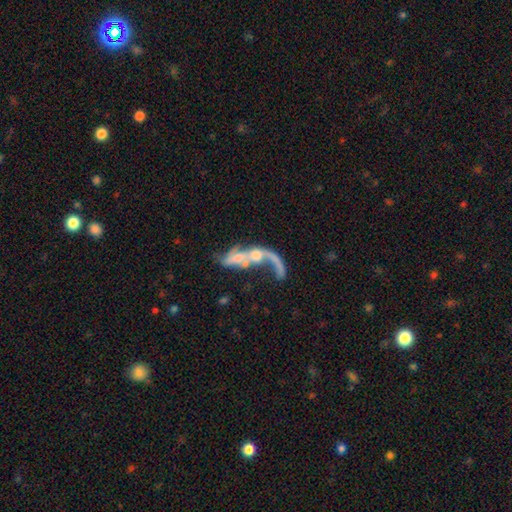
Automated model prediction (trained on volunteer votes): Smooth or featured: featured or disk — 68% (smooth — 22%)
Edge-on disk: no — 89% (yes — 11%)
Bar: no — 64% (weak — 26%)
Spiral arms: yes — 62% (no — 38%)
Bulge size: moderate — 37% (small — 31%)
Merging: merger — 58% (major disturbance — 23%)